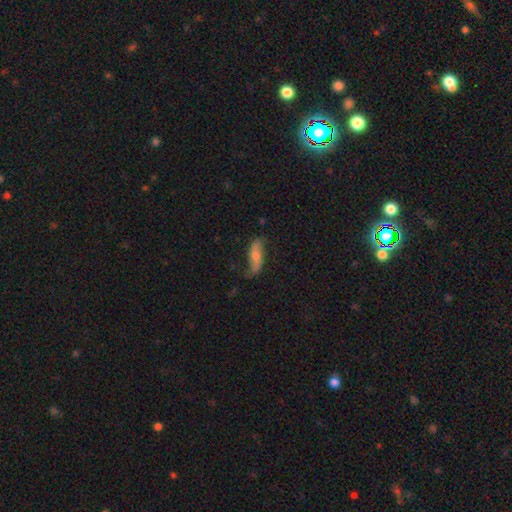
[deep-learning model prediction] Smooth or featured: featured or disk — 61% (smooth — 32%)
Edge-on disk: no — 81% (yes — 19%)
Merging: none — 68% (minor disturbance — 21%)